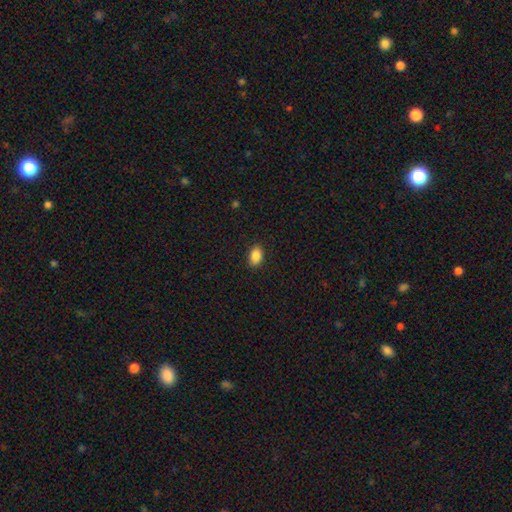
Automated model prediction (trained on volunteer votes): A smooth galaxy with no disk features (88%) that is in between round and cigar-shaped (86%). Merging: none (88%).